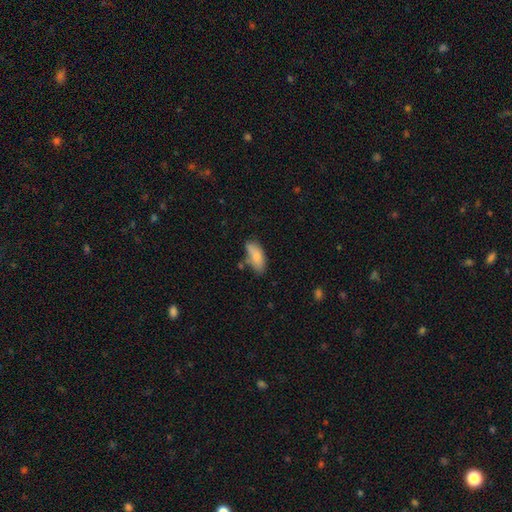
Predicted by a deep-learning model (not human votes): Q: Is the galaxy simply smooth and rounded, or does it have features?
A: smooth — 81%.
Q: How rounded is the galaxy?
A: in between — 82%.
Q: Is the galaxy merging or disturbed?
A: none — 58%.